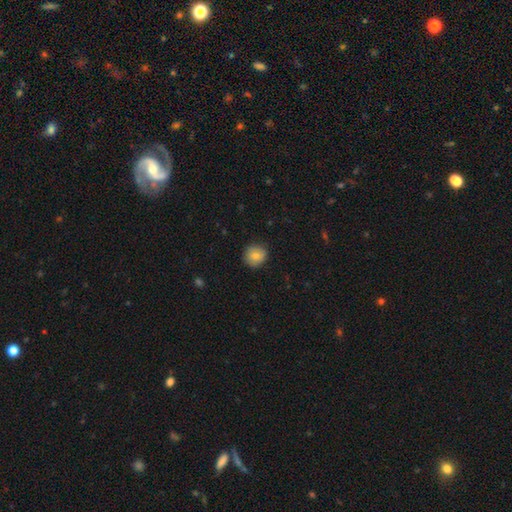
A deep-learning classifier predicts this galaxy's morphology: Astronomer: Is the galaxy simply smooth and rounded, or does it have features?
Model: smooth — 79%.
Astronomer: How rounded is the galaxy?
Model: round — 90%.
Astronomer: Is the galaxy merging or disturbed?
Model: none — 86%.